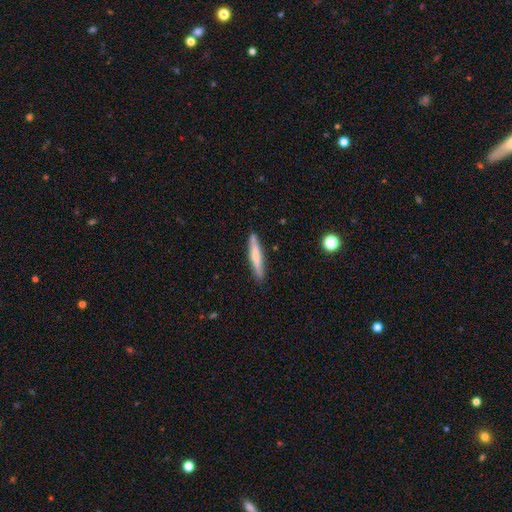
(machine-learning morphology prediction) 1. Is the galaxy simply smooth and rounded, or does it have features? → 62% smooth, 32% featured or disk, 6% star or artifact.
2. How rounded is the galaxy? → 93% cigar-shaped, 5% in between, 1% round.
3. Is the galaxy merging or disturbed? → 89% none, 8% minor disturbance, 2% major disturbance, 1% merger.